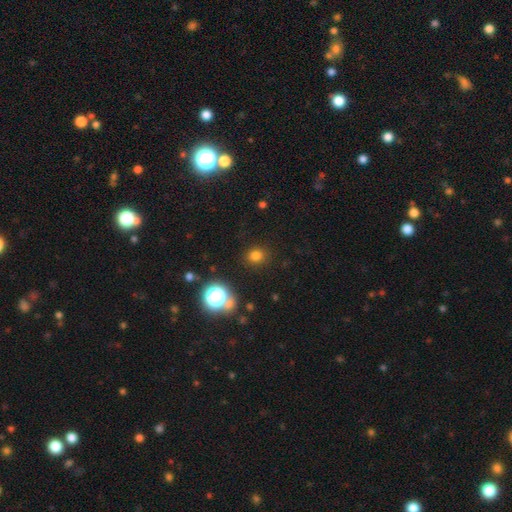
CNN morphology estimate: A smooth galaxy with no disk features (76%) that is round (81%).

Vote fractions:
- Smooth or featured? smooth: 76% / star or artifact: 18% / featured or disk: 6%
- How rounded? round: 81% / in between: 18% / cigar-shaped: 1%
- Merging? none: 89% / minor disturbance: 7% / major disturbance: 3% / merger: 2%